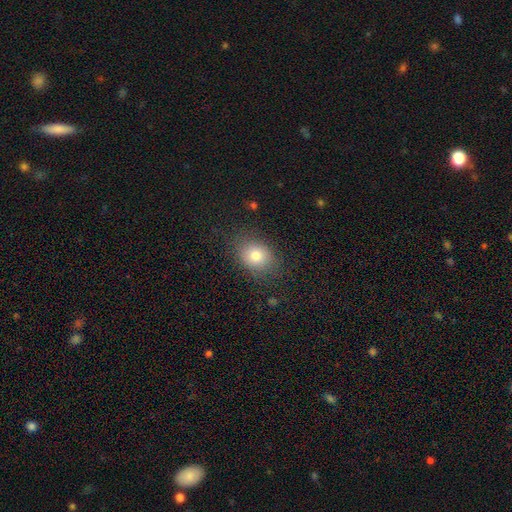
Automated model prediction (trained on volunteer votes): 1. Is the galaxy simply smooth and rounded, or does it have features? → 77% smooth, 12% star or artifact, 11% featured or disk.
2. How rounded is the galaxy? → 51% in between, 48% round, 1% cigar-shaped.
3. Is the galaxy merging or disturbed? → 78% none, 14% minor disturbance, 6% major disturbance, 1% merger.